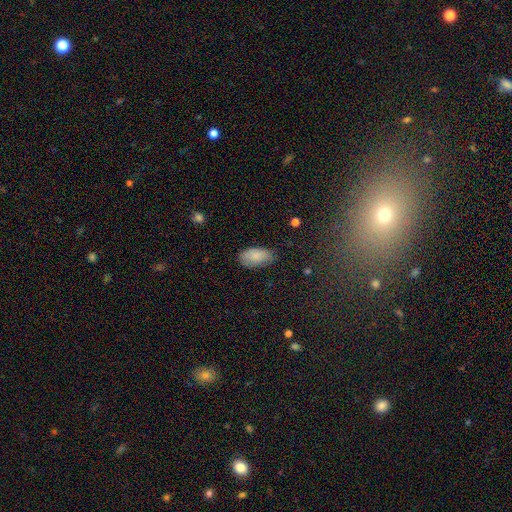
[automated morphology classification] The model was most divided on "merging": none: 76%, minor disturbance: 19%, major disturbance: 4%, merger: 1%. More confident: how rounded — in between (95%); smooth or featured — smooth (85%).